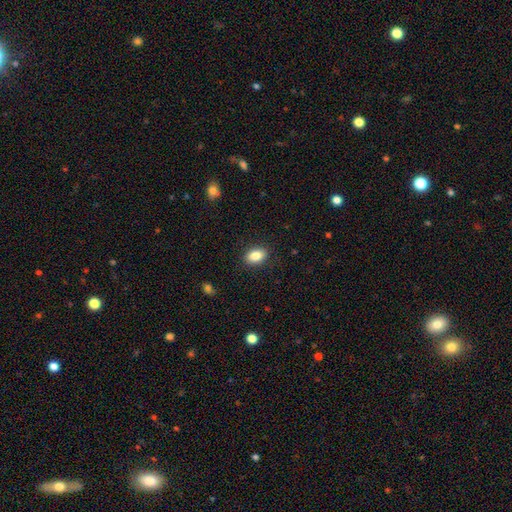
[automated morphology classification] This appears to be a smooth galaxy with no disk features (85%) that is in between round and cigar-shaped (84%). Merging: none (88%).